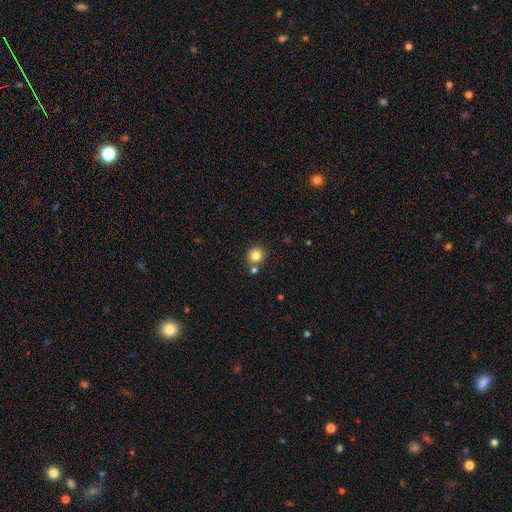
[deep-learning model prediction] smooth 82%, star or artifact 11%, featured or disk 6%. Down the decision tree: how rounded — round (88%); merging — none (74%).